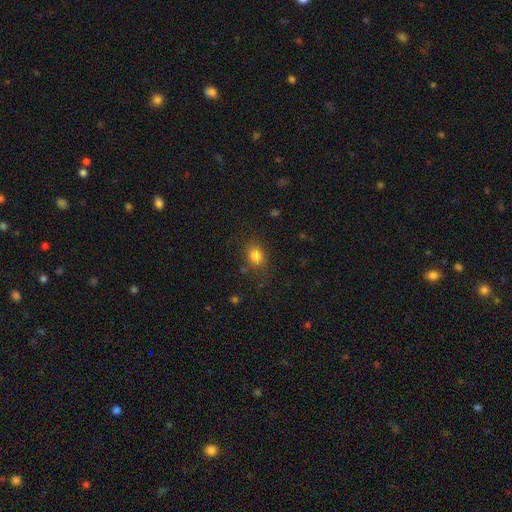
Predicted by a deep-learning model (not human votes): Smooth or featured? smooth (81%)
How rounded? round (51%)
Merging? none (78%)